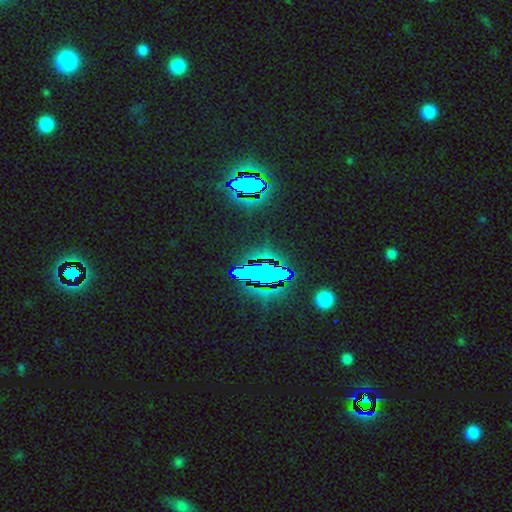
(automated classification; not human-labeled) A star or artifact, not a galaxy (81%).

Vote fractions:
- Smooth or featured? star or artifact: 81% / smooth: 10% / featured or disk: 9%